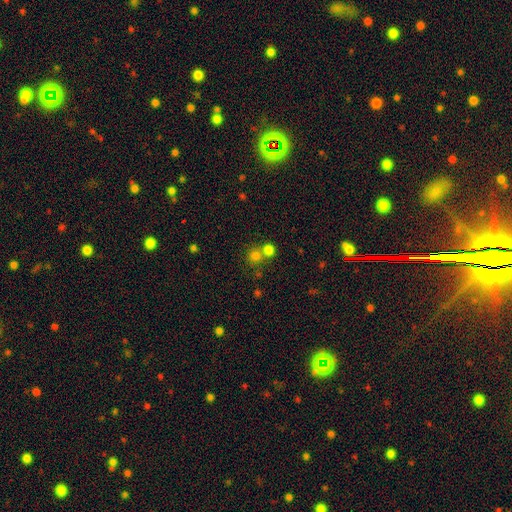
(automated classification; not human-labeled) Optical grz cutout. It shows a smooth galaxy with no disk features (74%) that is round (90%). Merging: none (55%).